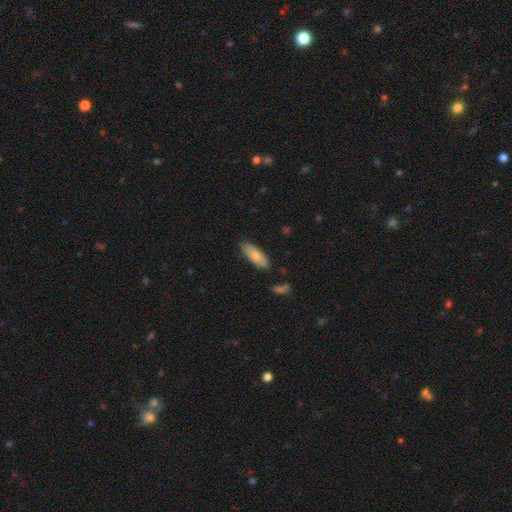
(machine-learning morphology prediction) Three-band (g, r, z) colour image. It shows a smooth galaxy with no disk features (77%) that is in between round and cigar-shaped (69%). Merging: none (81%).